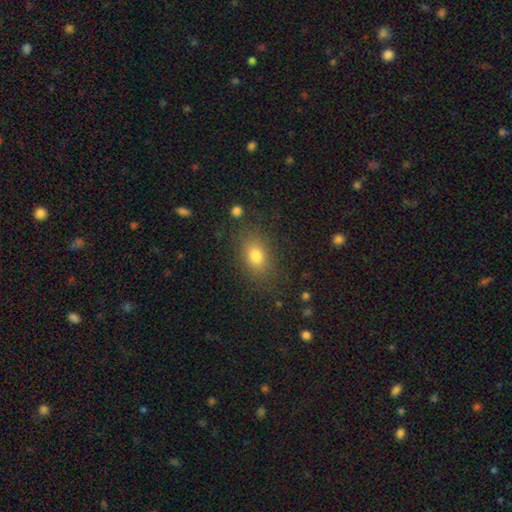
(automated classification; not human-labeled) A smooth galaxy with no disk features (78%) that is in between round and cigar-shaped (76%). Merging: none (81%).